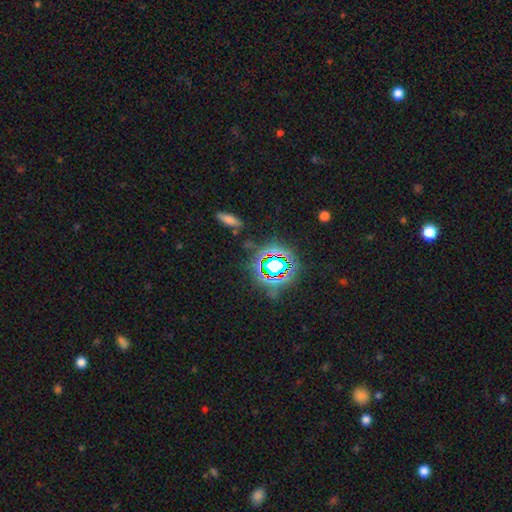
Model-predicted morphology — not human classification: A star or artifact, not a galaxy (75%).

Vote fractions:
- Smooth or featured? star or artifact: 75% / smooth: 17% / featured or disk: 9%